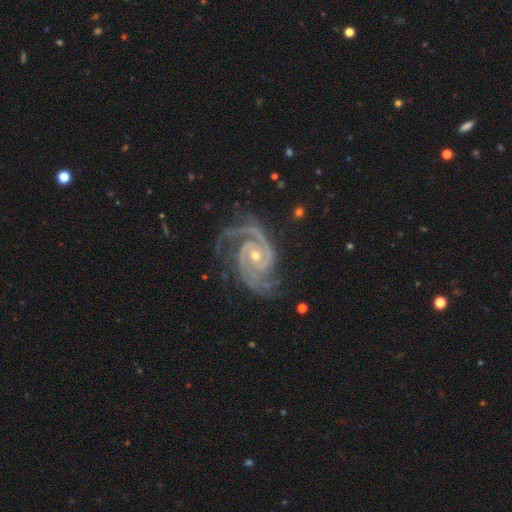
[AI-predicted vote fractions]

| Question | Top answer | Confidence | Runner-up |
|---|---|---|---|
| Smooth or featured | featured or disk | 94% | star or artifact (4%) |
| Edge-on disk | no | 98% | yes (2%) |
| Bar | no | 67% | weak (24%) |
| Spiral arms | yes | 99% | no (1%) |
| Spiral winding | tight | 54% | medium (40%) |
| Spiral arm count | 2 | 57% | 3 (25%) |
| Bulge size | small | 55% | moderate (42%) |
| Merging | none | 69% | minor disturbance (20%) |